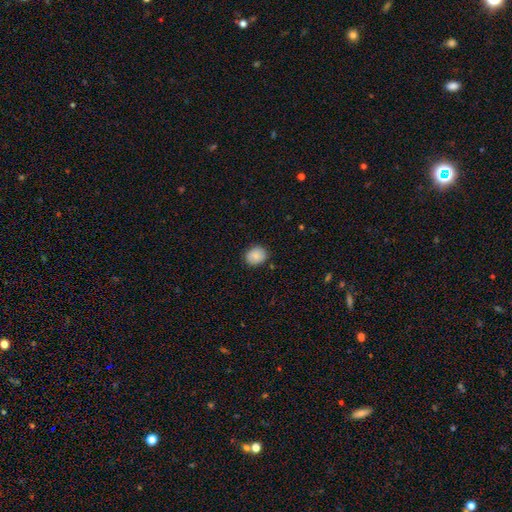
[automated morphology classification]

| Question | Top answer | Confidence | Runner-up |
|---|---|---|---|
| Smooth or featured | smooth | 84% | featured or disk (8%) |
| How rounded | round | 64% | in between (35%) |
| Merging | none | 82% | minor disturbance (13%) |